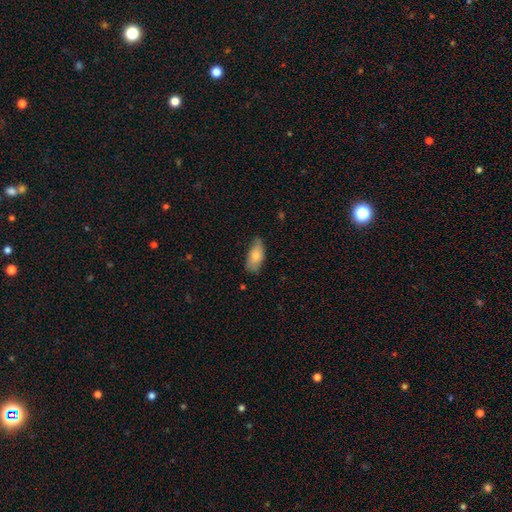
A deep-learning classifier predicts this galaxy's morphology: A smooth galaxy with no disk features (80%) that is in between round and cigar-shaped (89%).

Vote fractions:
- Smooth or featured? smooth: 80% / featured or disk: 14% / star or artifact: 6%
- How rounded? in between: 89% / cigar-shaped: 8% / round: 3%
- Merging? none: 68% / minor disturbance: 26% / major disturbance: 4% / merger: 1%